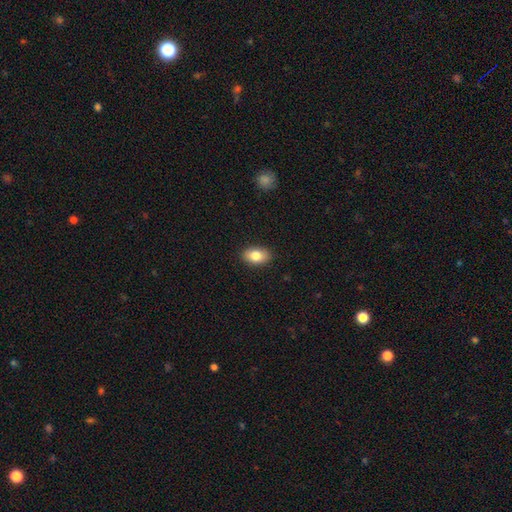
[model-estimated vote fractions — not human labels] Overall: smooth (82%). How rounded: in between (88%). Merging: none (89%).